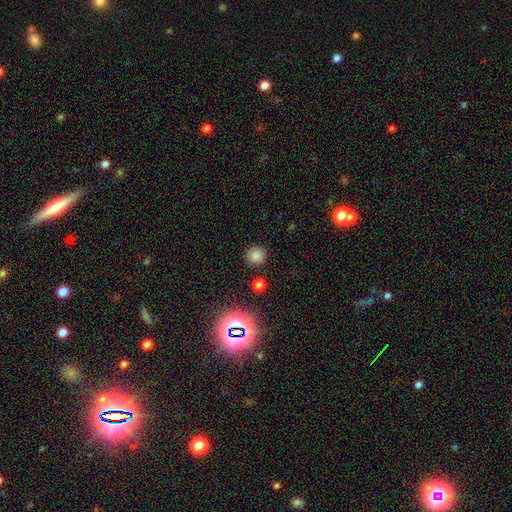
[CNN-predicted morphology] smooth_or_featured: smooth (p=0.78) [alt: star or artifact p=0.17]
how_rounded: round (p=0.92) [alt: in between p=0.07]
merging: none (p=0.88) [alt: minor disturbance p=0.07]